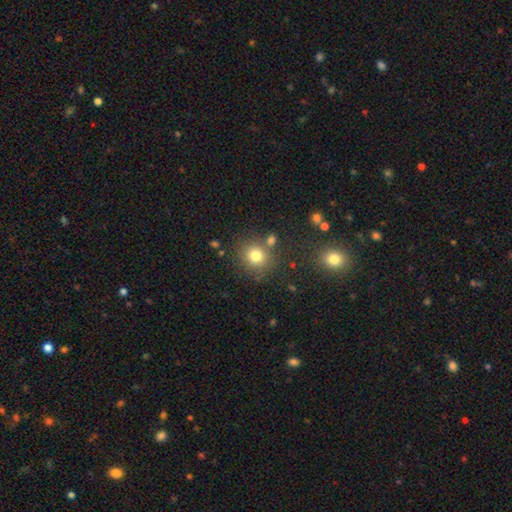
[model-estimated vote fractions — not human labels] smooth-or-featured: smooth: 77% | star or artifact: 14% | featured or disk: 9%
  how-rounded: round: 85% | in between: 14% | cigar-shaped: 1%
  merging: none: 74% | merger: 11% | minor disturbance: 11% | major disturbance: 4%